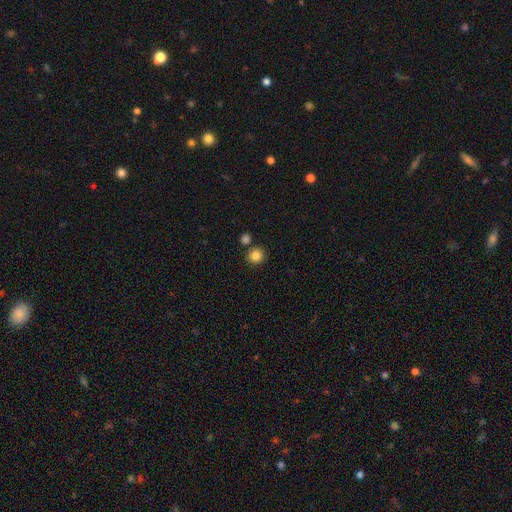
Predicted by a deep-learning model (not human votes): smooth_or_featured: smooth (p=0.84) [alt: star or artifact p=0.11]
how_rounded: round (p=0.87) [alt: in between p=0.12]
merging: none (p=0.81) [alt: merger p=0.09]